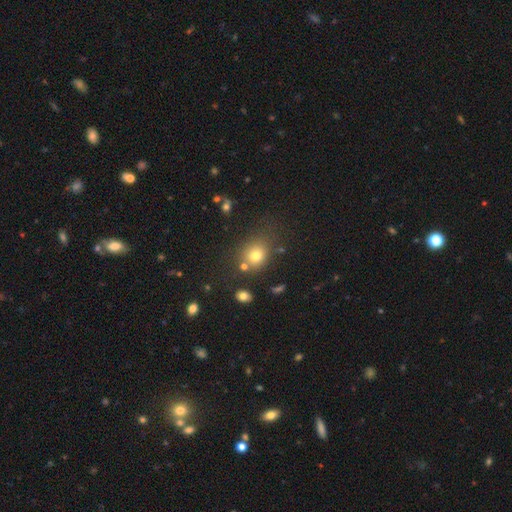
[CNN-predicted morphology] smooth_or_featured: smooth (p=0.75) [alt: star or artifact p=0.15]
how_rounded: round (p=0.65) [alt: in between p=0.34]
merging: none (p=0.70) [alt: minor disturbance p=0.14]